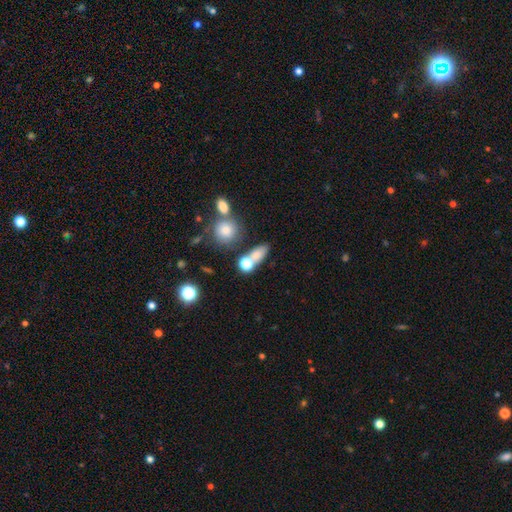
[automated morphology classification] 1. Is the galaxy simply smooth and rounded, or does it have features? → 75% smooth, 13% star or artifact, 12% featured or disk.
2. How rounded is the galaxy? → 60% in between, 29% round, 12% cigar-shaped.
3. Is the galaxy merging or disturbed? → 48% none, 32% merger, 13% minor disturbance, 7% major disturbance.